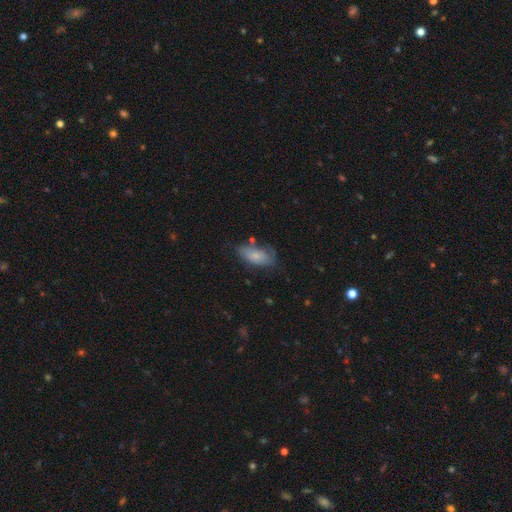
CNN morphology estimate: Smooth or featured: smooth — 71% (featured or disk — 22%)
How rounded: in between — 89% (cigar-shaped — 7%)
Merging: none — 50% (minor disturbance — 31%)